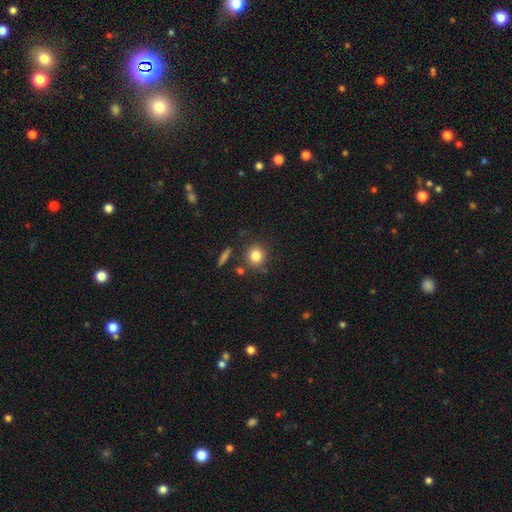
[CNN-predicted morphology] A smooth galaxy with no disk features (81%) that is round (88%). Merging: none (81%).